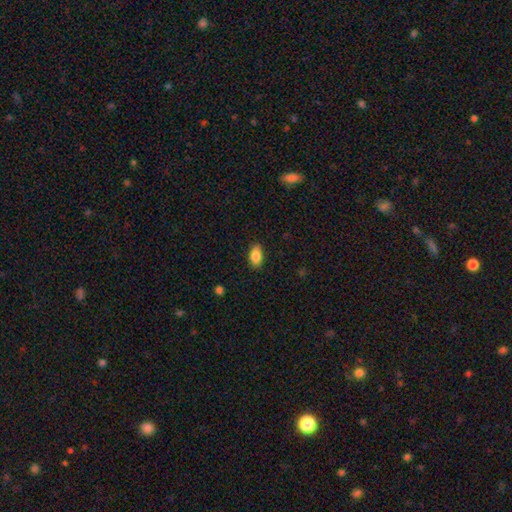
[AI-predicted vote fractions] The model was most divided on "merging": none: 85%, minor disturbance: 11%, major disturbance: 2%, merger: 1%. More confident: how rounded — in between (90%); smooth or featured — smooth (86%).